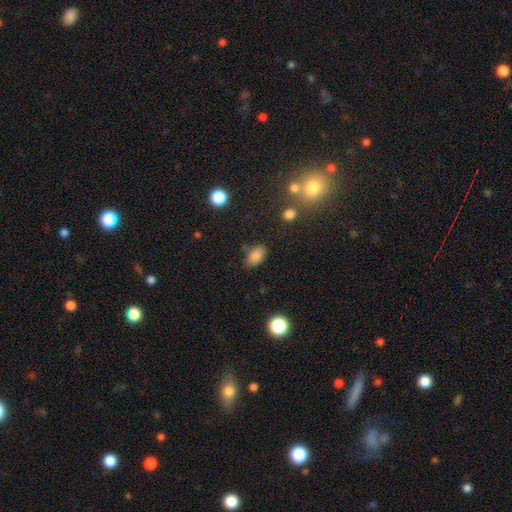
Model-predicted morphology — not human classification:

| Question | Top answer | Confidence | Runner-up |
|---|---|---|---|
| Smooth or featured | smooth | 84% | star or artifact (11%) |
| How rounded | in between | 89% | round (9%) |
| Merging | none | 75% | minor disturbance (17%) |